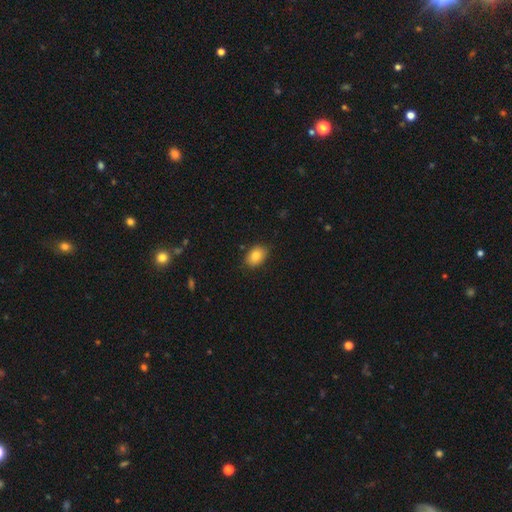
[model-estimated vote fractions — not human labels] A smooth galaxy with no disk features (84%) that is in between round and cigar-shaped (80%).

Vote fractions:
- Smooth or featured? smooth: 84% / star or artifact: 8% / featured or disk: 7%
- How rounded? in between: 80% / round: 19% / cigar-shaped: 1%
- Merging? none: 84% / minor disturbance: 12% / major disturbance: 2% / merger: 1%